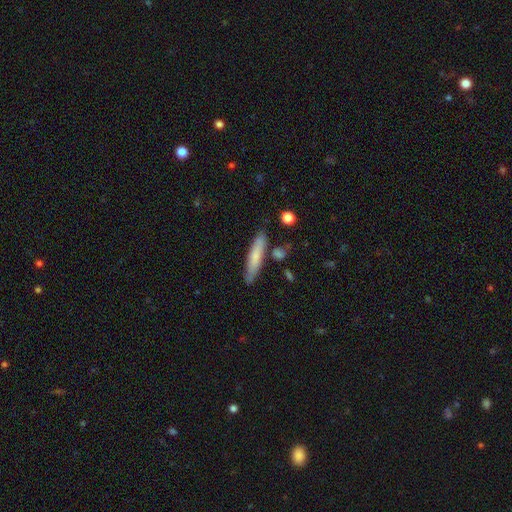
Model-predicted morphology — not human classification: The model was most divided on "smooth or featured": smooth: 70%, featured or disk: 25%, star or artifact: 6%. More confident: how rounded — cigar-shaped (86%); merging — none (80%).